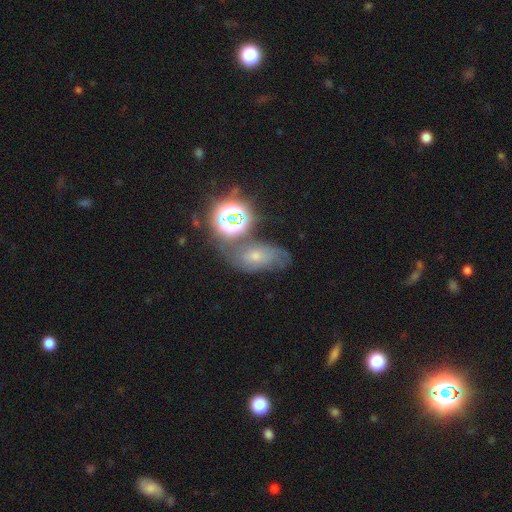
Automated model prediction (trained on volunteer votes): Smooth or featured: featured or disk — 37% (smooth — 35%)
Merging: none — 46% (minor disturbance — 24%)